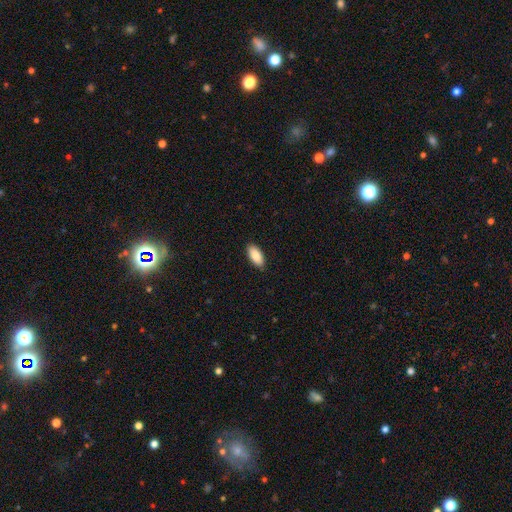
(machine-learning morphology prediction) Smooth or featured? Predicted: smooth (p=0.88). How rounded? Predicted: in between (p=0.90). Merging? Predicted: none (p=0.88).